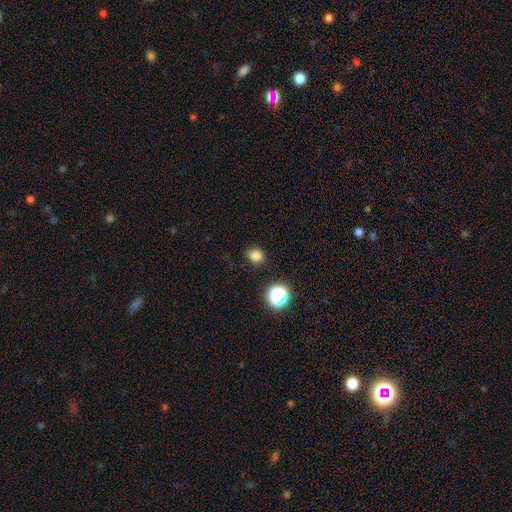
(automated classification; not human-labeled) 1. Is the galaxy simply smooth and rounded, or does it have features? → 82% smooth, 14% star or artifact, 4% featured or disk.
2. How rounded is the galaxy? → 59% round, 40% in between, 1% cigar-shaped.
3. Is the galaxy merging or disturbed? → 83% none, 12% minor disturbance, 3% major disturbance, 2% merger.